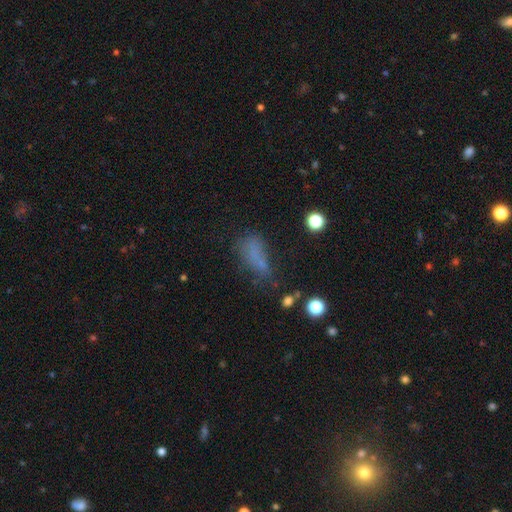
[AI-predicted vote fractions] This is likely a smooth galaxy (60%). How rounded: likely in between (71%). Merging: marginally none (40%).